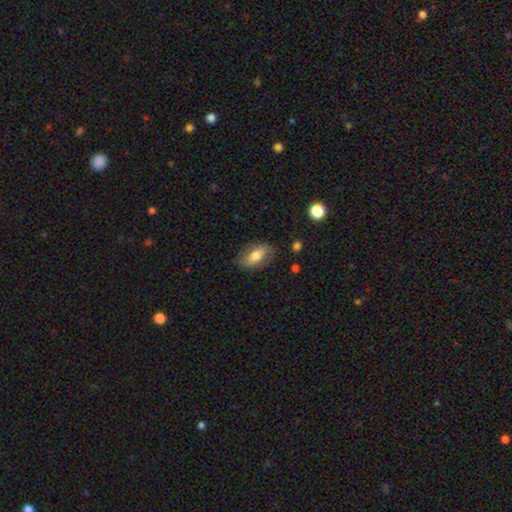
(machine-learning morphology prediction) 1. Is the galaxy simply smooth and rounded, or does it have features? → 66% smooth, 27% featured or disk, 7% star or artifact.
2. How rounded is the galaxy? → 86% in between, 8% cigar-shaped, 6% round.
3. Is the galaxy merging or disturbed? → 79% none, 15% minor disturbance, 5% major disturbance, 1% merger.